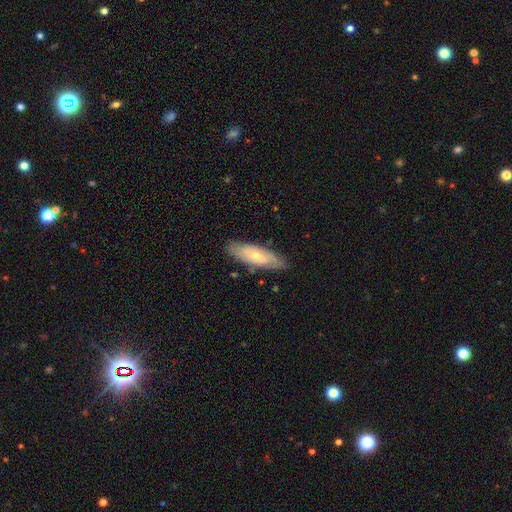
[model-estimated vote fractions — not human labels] smooth_or_featured: featured or disk (p=0.48) [alt: smooth p=0.46]
merging: none (p=0.82) [alt: minor disturbance p=0.14]